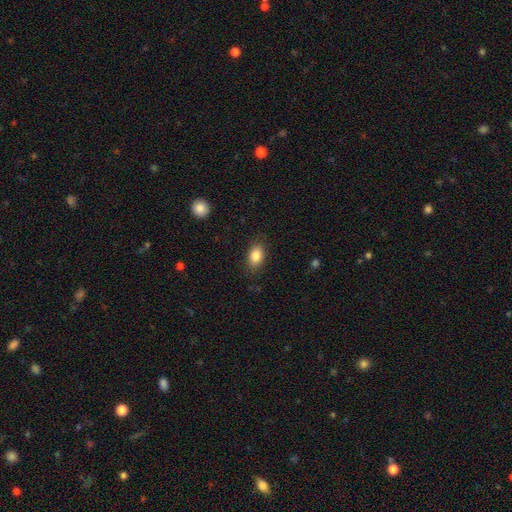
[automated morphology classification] smooth 85%, star or artifact 8%, featured or disk 7%. Down the decision tree: how rounded — in between (86%); merging — none (85%).